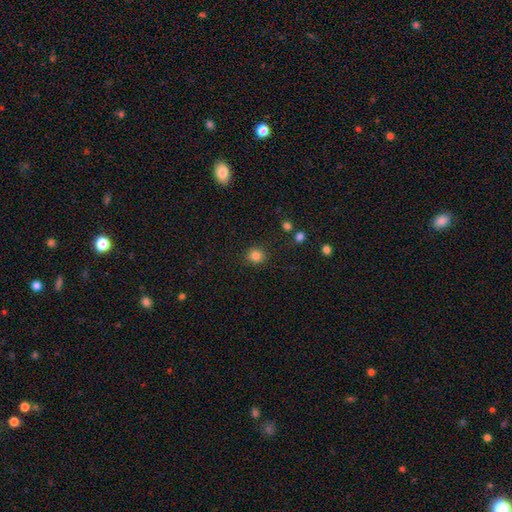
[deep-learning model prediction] Overall: smooth (84%). How rounded: round (90%). Merging: none (89%).